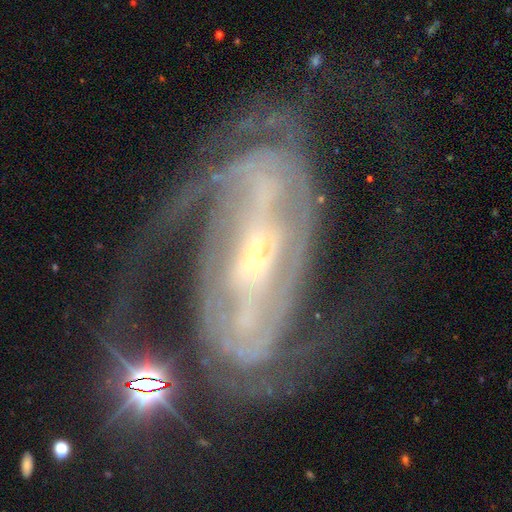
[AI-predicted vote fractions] Overall: featured or disk (90%). Edge-on disk: no (95%). Bar: strong (63%). Spiral arms: yes (96%). Spiral arm count: 2 (56%). Spiral winding: tight (45%; medium 41%). Bulge size: small (76%). Merging: none (55%; major disturbance 23%).